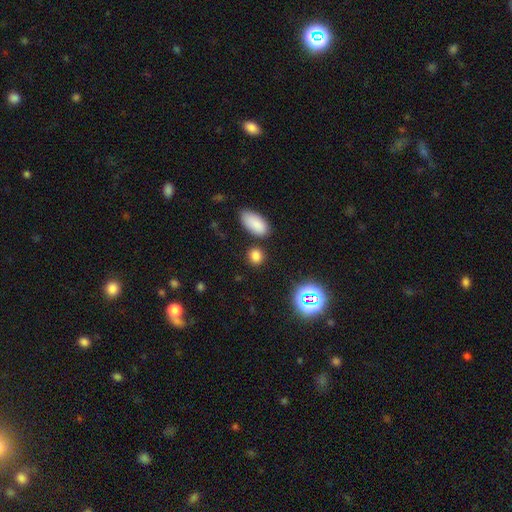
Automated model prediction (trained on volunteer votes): Q: Smooth or featured?
A: smooth (79%); runner-up: star or artifact (16%)
Q: How rounded?
A: round (68%); runner-up: in between (29%)
Q: Merging?
A: none (83%); runner-up: minor disturbance (8%)